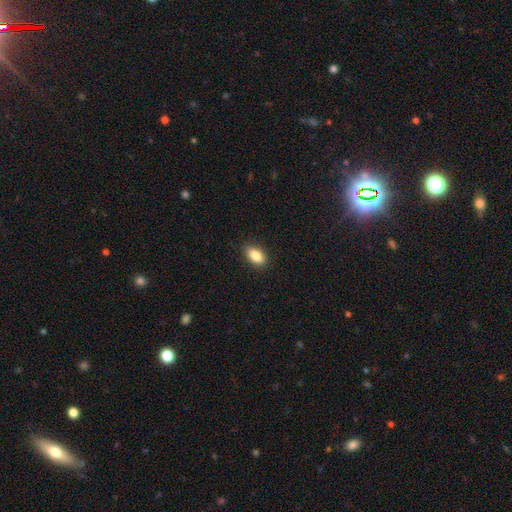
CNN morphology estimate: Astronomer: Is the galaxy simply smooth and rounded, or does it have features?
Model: smooth — 86%.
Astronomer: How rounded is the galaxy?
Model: in between — 90%.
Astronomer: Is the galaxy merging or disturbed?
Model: none — 88%.